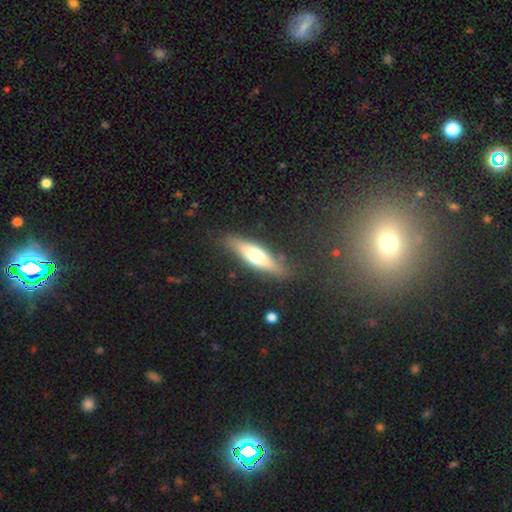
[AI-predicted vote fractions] smooth_or_featured: smooth (p=0.51) [alt: featured or disk p=0.43]
how_rounded: cigar-shaped (p=0.58) [alt: in between p=0.39]
merging: none (p=0.79) [alt: minor disturbance p=0.15]